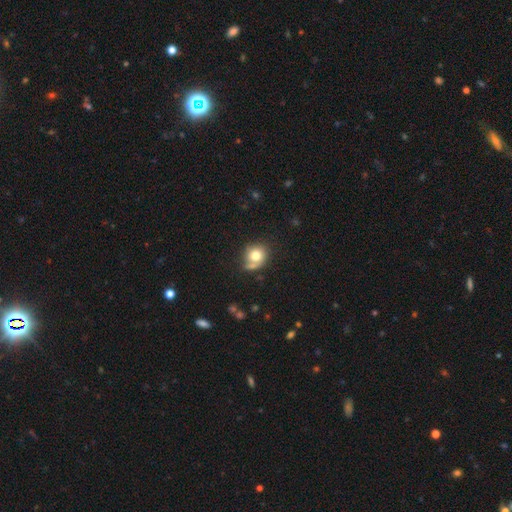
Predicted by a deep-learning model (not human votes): Morphology: type=smooth (76%); roundness=round (75%); merging=none (53%).